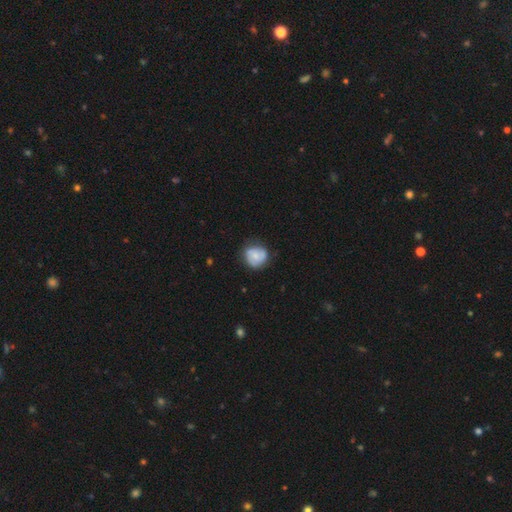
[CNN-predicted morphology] This is possibly a smooth galaxy (59%). How rounded: clearly round (81%). Merging: likely none (66%).